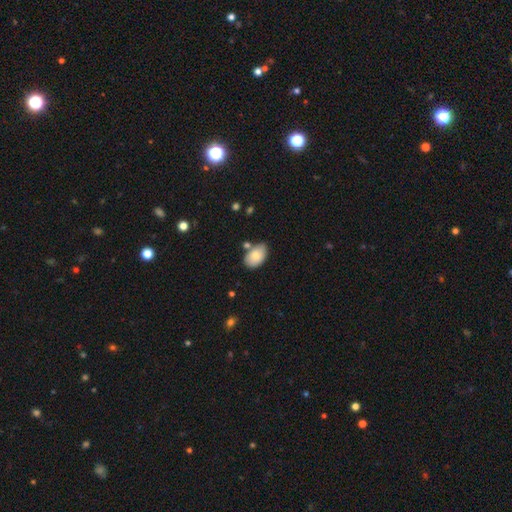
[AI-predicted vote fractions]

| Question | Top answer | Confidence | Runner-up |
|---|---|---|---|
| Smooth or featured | smooth | 80% | featured or disk (13%) |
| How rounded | in between | 90% | round (9%) |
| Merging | none | 64% | minor disturbance (21%) |